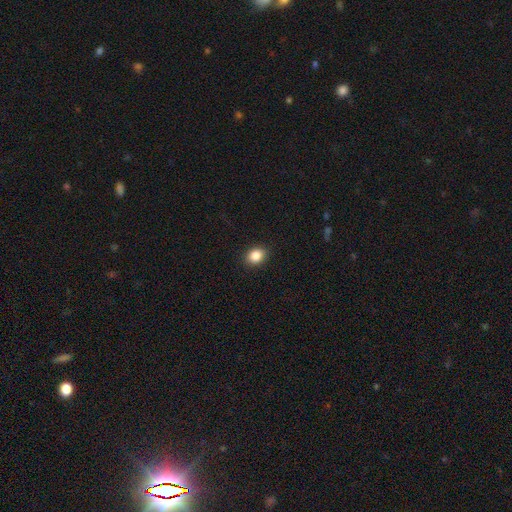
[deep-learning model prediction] A smooth galaxy with no disk features (87%) that is in between round and cigar-shaped (51%). Merging: none (90%).